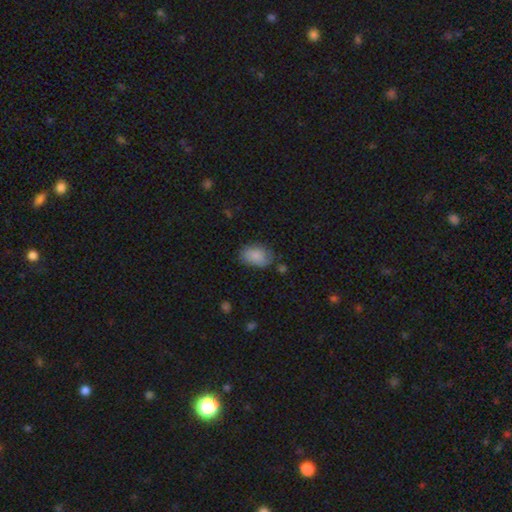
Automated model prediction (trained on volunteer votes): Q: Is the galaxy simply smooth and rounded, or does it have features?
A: smooth — 86%.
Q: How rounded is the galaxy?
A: in between — 86%.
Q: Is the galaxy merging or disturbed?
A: none — 69%.